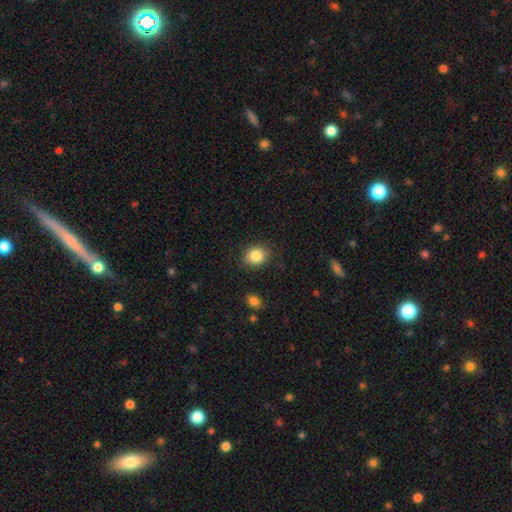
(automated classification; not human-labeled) A smooth galaxy with no disk features (85%) that is round (60%).

Vote fractions:
- Smooth or featured? smooth: 85% / star or artifact: 9% / featured or disk: 6%
- How rounded? round: 60% / in between: 39% / cigar-shaped: 1%
- Merging? none: 83% / minor disturbance: 12% / major disturbance: 3% / merger: 2%